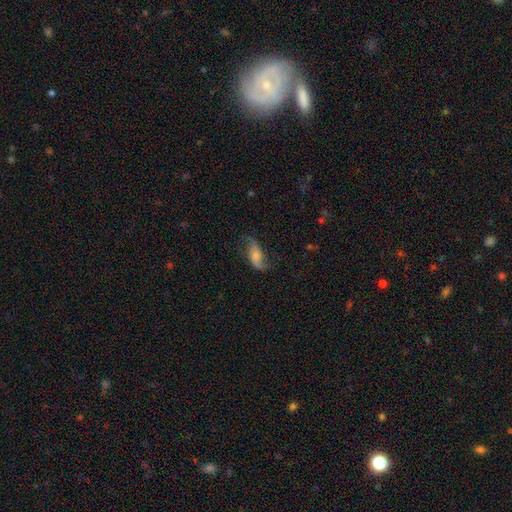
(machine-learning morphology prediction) featured or disk 71%, smooth 21%, star or artifact 8%. Down the decision tree: edge-on disk — no (92%); bar — no (57%); spiral arms — yes (92%); spiral arm count — 2 (90%); spiral winding — loose (77%); bulge size — moderate (43%); merging — none (70%).